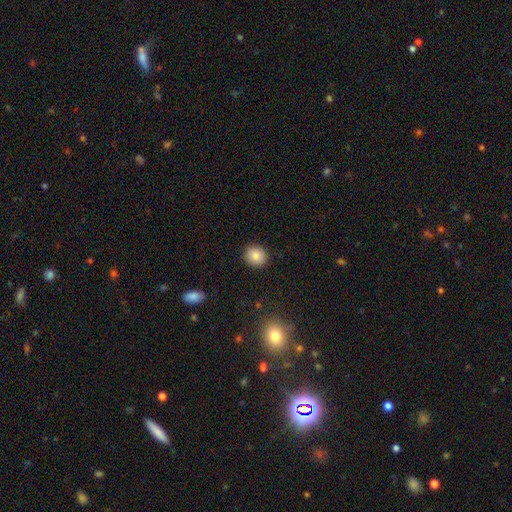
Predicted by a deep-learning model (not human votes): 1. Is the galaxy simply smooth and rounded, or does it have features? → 84% smooth, 9% star or artifact, 7% featured or disk.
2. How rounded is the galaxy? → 84% round, 15% in between, 1% cigar-shaped.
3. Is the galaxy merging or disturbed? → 90% none, 7% minor disturbance, 2% major disturbance, 1% merger.